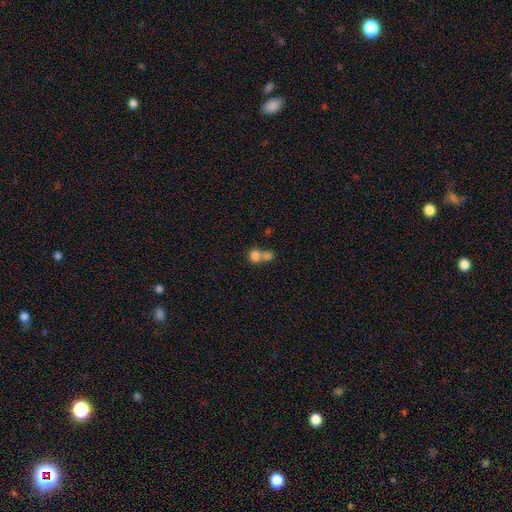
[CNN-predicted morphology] Q: Smooth or featured?
A: smooth (77%); runner-up: featured or disk (12%)
Q: How rounded?
A: round (68%); runner-up: in between (30%)
Q: Merging?
A: merger (61%); runner-up: none (29%)